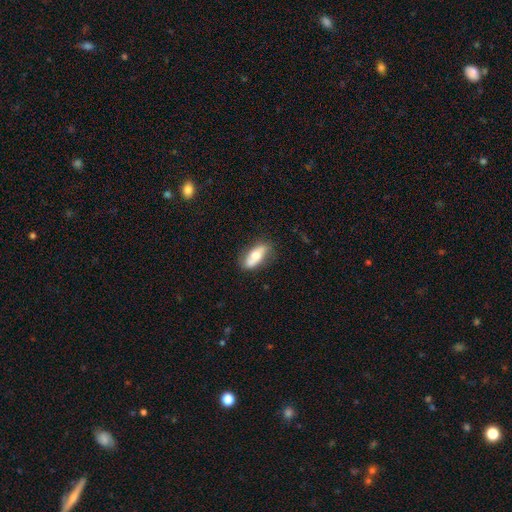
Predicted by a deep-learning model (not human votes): Smooth or featured? Predicted: smooth (p=0.55). How rounded? Predicted: in between (p=0.75). Merging? Predicted: none (p=0.77).